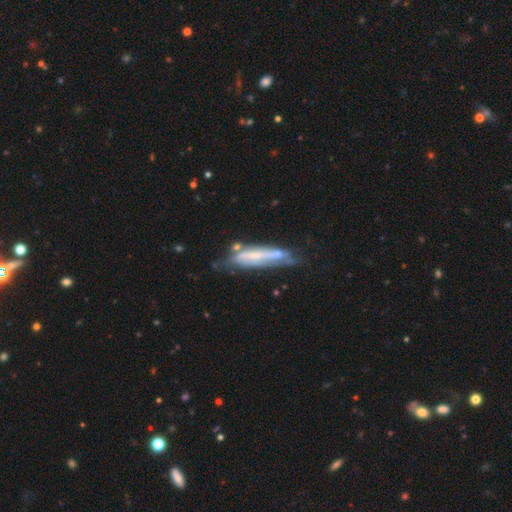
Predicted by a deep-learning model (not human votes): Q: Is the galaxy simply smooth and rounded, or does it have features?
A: featured or disk — 64%.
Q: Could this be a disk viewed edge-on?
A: yes — 54%.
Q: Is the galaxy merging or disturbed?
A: none — 46%.